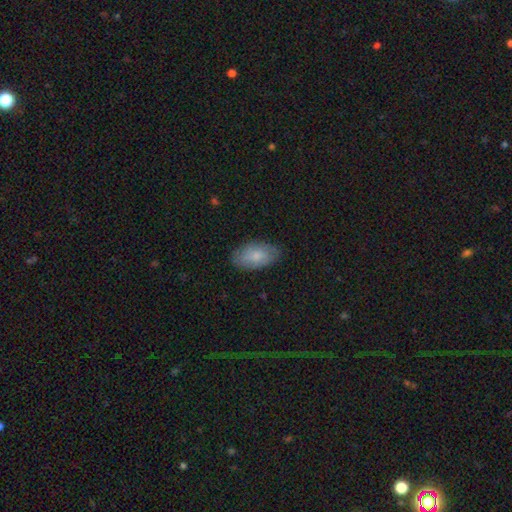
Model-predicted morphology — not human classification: type=smooth (72%); roundness=in between (94%); merging=none (82%).